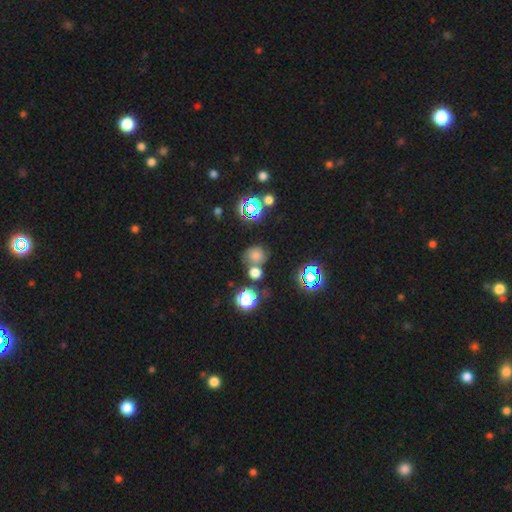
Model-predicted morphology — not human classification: Smooth or featured? Predicted: smooth (p=0.57). How rounded? Predicted: round (p=0.78). Merging? Predicted: none (p=0.52).